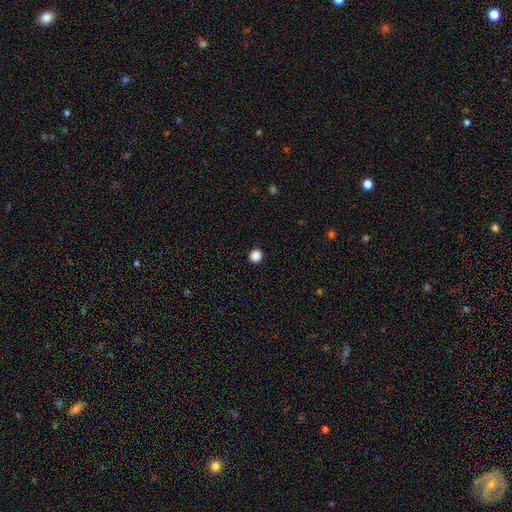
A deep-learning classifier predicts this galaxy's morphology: This appears to be a smooth galaxy with no disk features (87%) that is round (92%). Merging: none (92%).